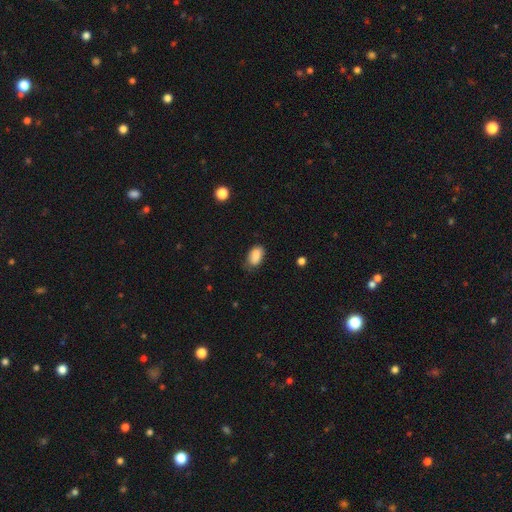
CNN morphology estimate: This is clearly a smooth galaxy (88%). How rounded: clearly in between (91%). Merging: likely none (70%).